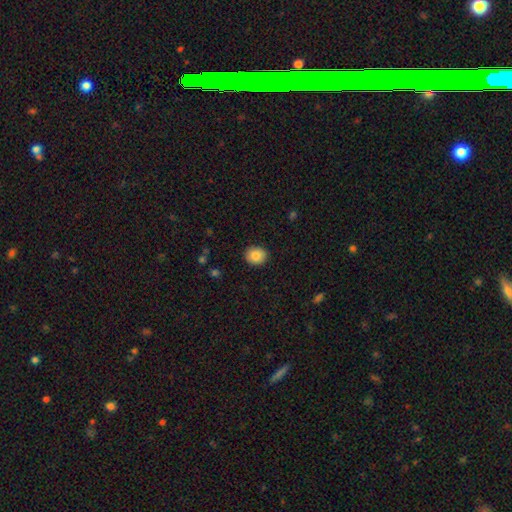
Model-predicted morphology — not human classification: Q: Smooth or featured?
A: smooth (86%); runner-up: star or artifact (8%)
Q: How rounded?
A: round (69%); runner-up: in between (30%)
Q: Merging?
A: none (90%); runner-up: minor disturbance (7%)